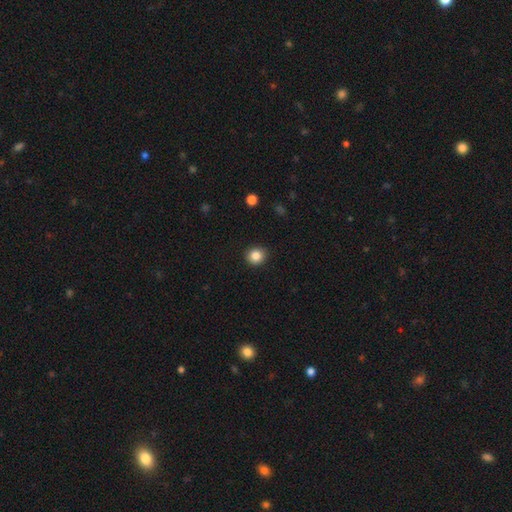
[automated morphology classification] Q: Smooth or featured?
A: smooth (85%); runner-up: star or artifact (10%)
Q: How rounded?
A: round (86%); runner-up: in between (13%)
Q: Merging?
A: none (91%); runner-up: minor disturbance (6%)